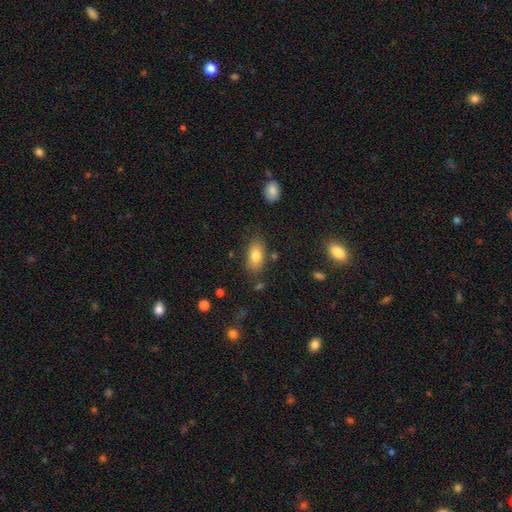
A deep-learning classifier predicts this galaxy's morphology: Smooth or featured?
  - smooth: 80% *
  - featured or disk: 12%
  - star or artifact: 8%
How rounded?
  - in between: 90% *
  - round: 6%
  - cigar-shaped: 4%
Merging?
  - none: 80% *
  - minor disturbance: 13%
  - merger: 4%
  - major disturbance: 3%